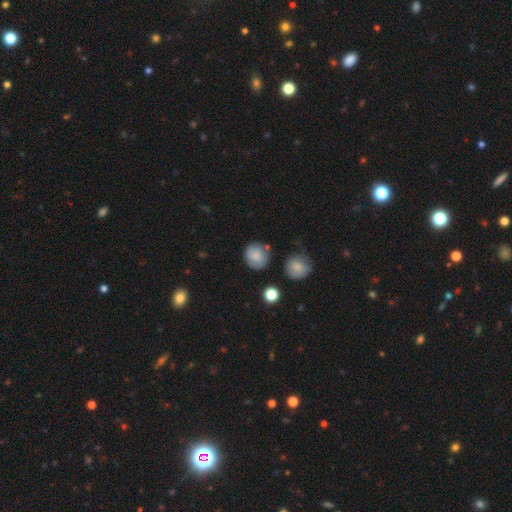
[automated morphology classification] smooth_or_featured: smooth (p=0.79) [alt: featured or disk p=0.12]
how_rounded: round (p=0.85) [alt: in between p=0.14]
merging: none (p=0.72) [alt: minor disturbance p=0.18]